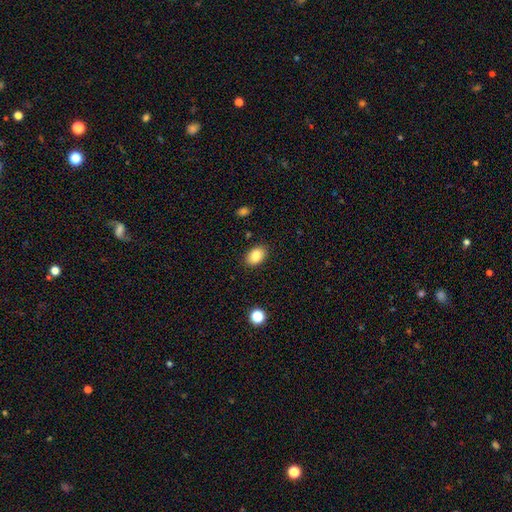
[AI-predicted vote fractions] Smooth or featured? smooth (86%)
How rounded? in between (81%)
Merging? none (87%)